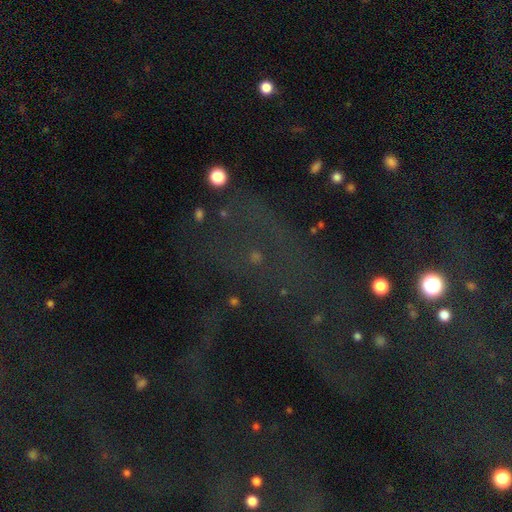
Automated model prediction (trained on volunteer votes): Smooth or featured?
  - star or artifact: 72% *
  - smooth: 15%
  - featured or disk: 13%